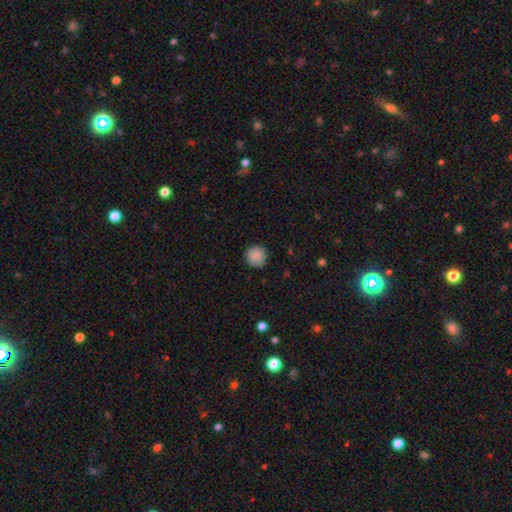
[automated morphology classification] This appears to be a smooth galaxy with no disk features (88%) that is round (95%). Merging: none (90%).